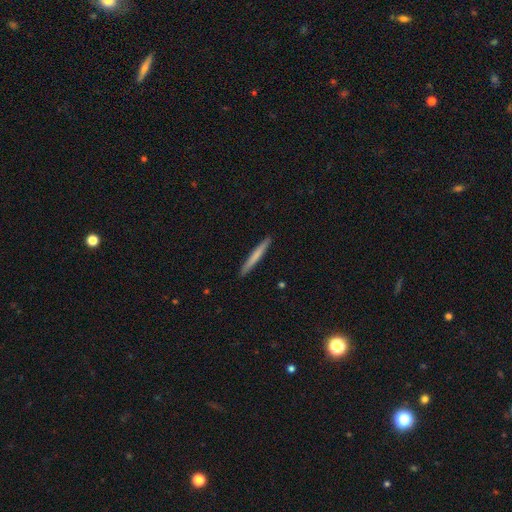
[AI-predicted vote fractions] smooth_or_featured: smooth (p=0.67) [alt: featured or disk p=0.28]
how_rounded: cigar-shaped (p=0.97) [alt: in between p=0.02]
merging: none (p=0.93) [alt: minor disturbance p=0.05]